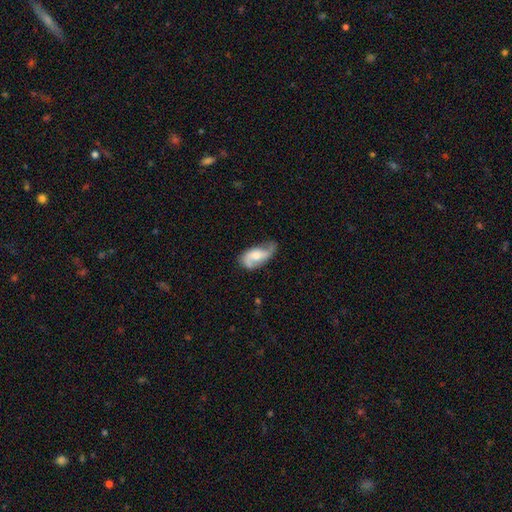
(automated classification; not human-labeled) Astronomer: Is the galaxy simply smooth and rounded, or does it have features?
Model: featured or disk — 64%.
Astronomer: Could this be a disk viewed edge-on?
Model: no — 95%.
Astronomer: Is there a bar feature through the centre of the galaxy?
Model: no — 55% (runner-up: weak, 36%).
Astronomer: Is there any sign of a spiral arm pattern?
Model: yes — 89%.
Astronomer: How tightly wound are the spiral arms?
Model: loose — 55% (runner-up: medium, 34%).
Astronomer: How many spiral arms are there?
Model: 2 — 80%.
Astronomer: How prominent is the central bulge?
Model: moderate — 50%.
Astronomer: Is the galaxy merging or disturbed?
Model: none — 46% (runner-up: minor disturbance, 33%).